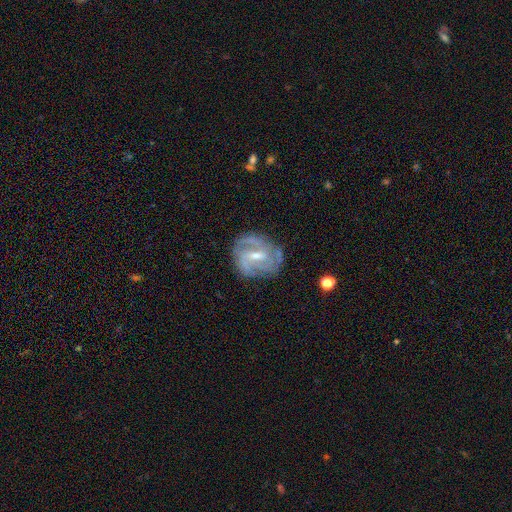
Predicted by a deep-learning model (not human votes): This appears to be a featured or disk galaxy (85%) with a weak bar (51%), 2 (41%) medium (44%) spiral arms (93%) and a small central bulge (54%). Merging: none (71%).